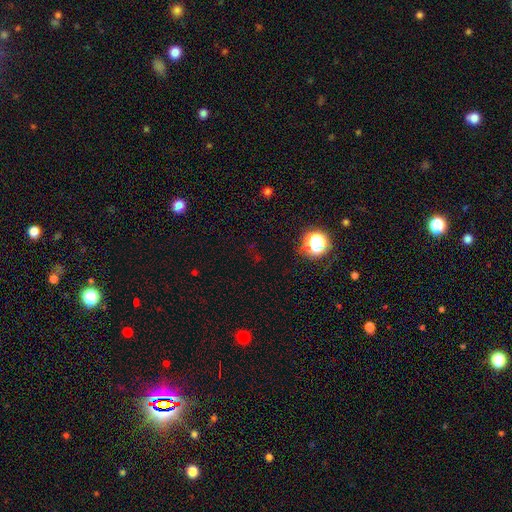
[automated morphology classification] type=star or artifact (59%).